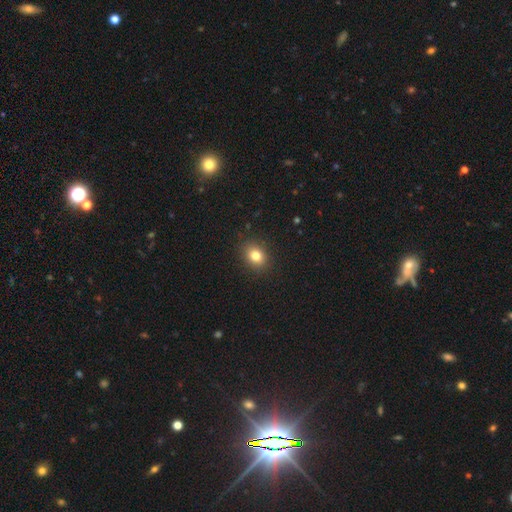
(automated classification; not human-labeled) smooth_or_featured: smooth (p=0.80) [alt: star or artifact p=0.12]
how_rounded: in between (p=0.50) [alt: round p=0.49]
merging: none (p=0.89) [alt: minor disturbance p=0.08]